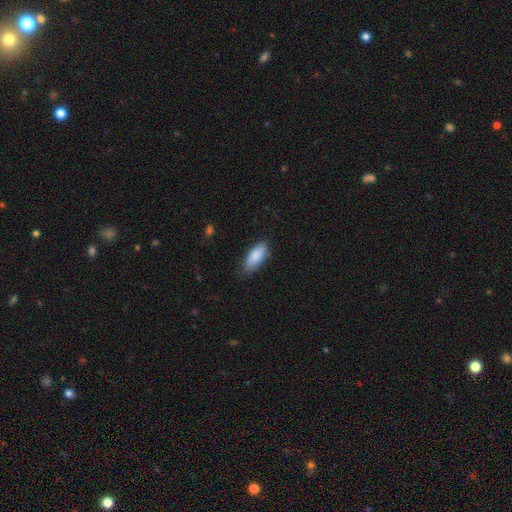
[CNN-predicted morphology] type=smooth (87%); roundness=in between (81%); merging=none (76%).